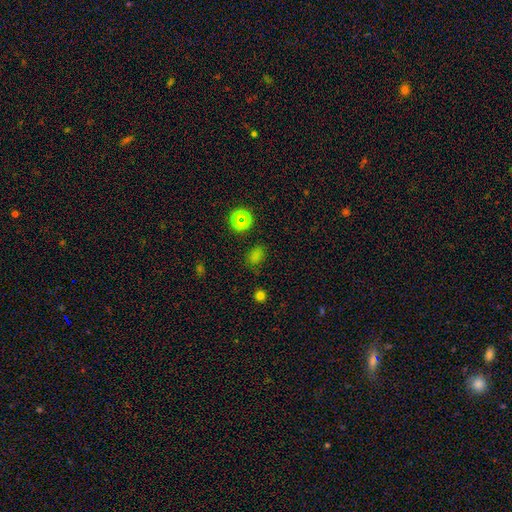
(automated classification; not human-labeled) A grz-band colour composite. It shows a smooth galaxy with no disk features (67%) that is in between round and cigar-shaped (67%). Merging: none (73%).